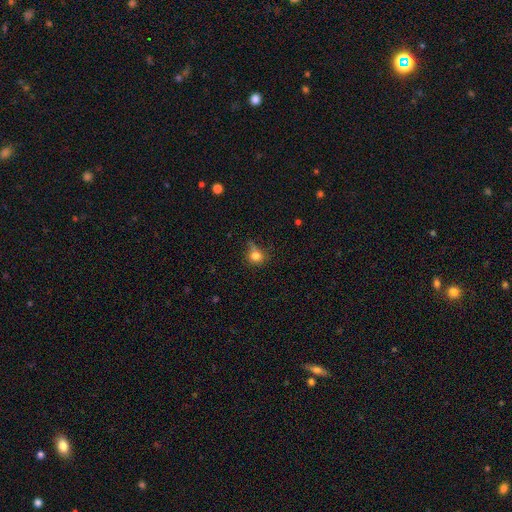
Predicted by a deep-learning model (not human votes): This appears to be a smooth galaxy with no disk features (78%) that is round (79%). Merging: none (51%).